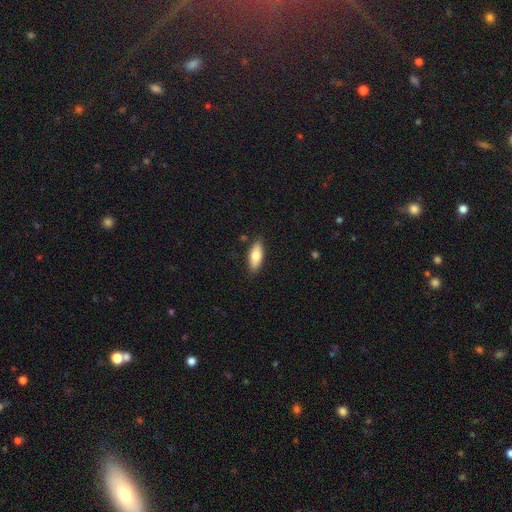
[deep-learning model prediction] Morphology: type=smooth (78%); roundness=in between (78%); merging=none (86%).